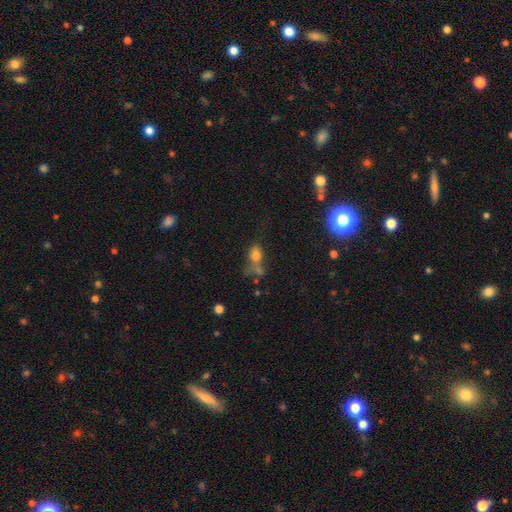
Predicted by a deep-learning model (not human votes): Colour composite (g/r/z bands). It shows a smooth galaxy with no disk features (57%) that is in between round and cigar-shaped (60%). Merging: none (40%).